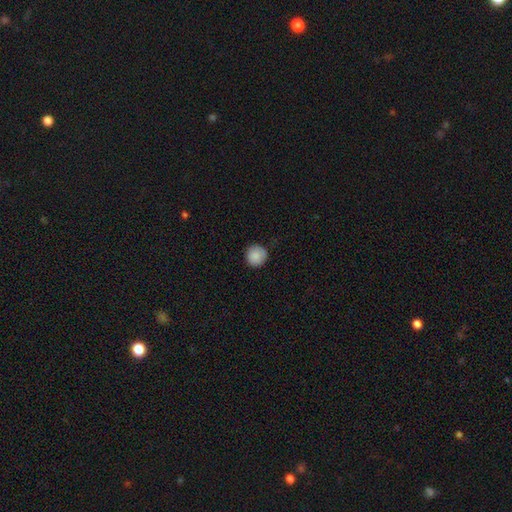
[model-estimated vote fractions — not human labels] A smooth galaxy with no disk features (88%) that is round (95%).

Vote fractions:
- Smooth or featured? smooth: 88% / star or artifact: 8% / featured or disk: 4%
- How rounded? round: 95% / in between: 4% / cigar-shaped: 1%
- Merging? none: 86% / minor disturbance: 10% / major disturbance: 2% / merger: 1%